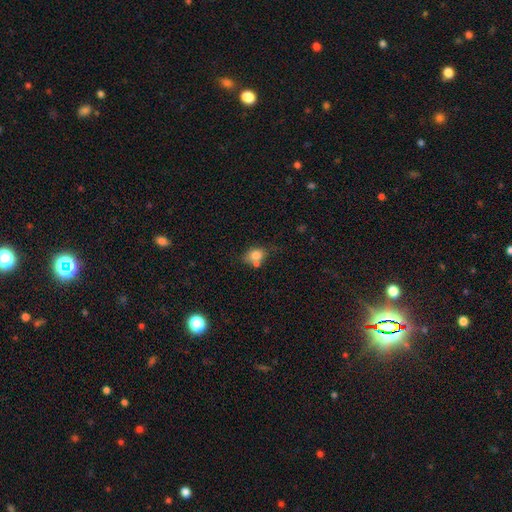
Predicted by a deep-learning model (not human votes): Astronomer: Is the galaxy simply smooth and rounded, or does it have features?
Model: smooth — 78%.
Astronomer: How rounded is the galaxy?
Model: in between — 54% (runner-up: round, 44%).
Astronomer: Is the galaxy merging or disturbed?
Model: none — 48% (runner-up: merger, 27%).